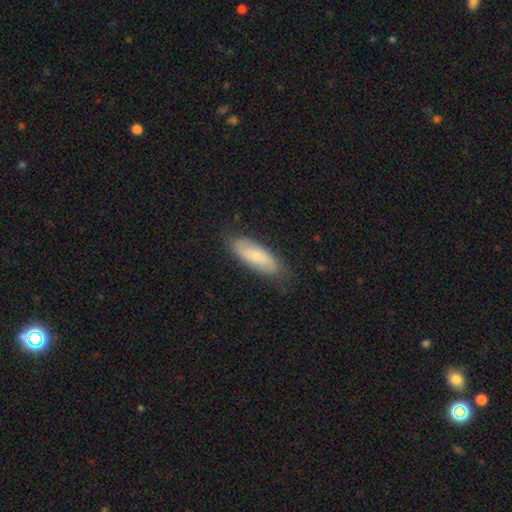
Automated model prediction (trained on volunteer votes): Morphology: type=smooth (54%); roundness=in between (66%); merging=none (79%).